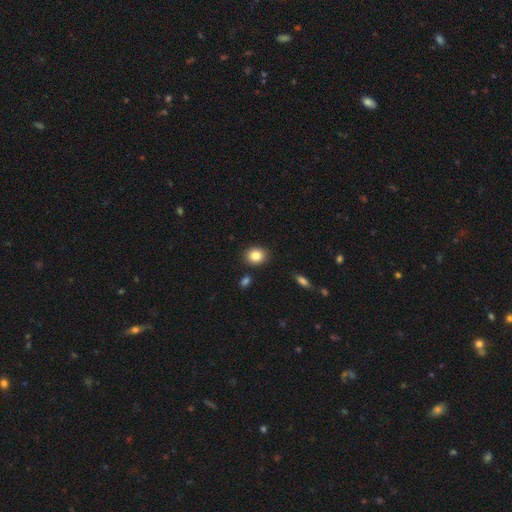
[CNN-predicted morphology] This is clearly a smooth galaxy (84%). How rounded: likely round (65%). Merging: clearly none (87%).